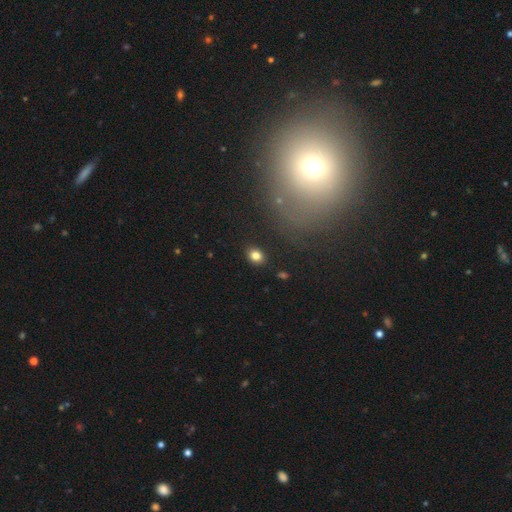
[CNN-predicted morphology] This appears to be a smooth galaxy with no disk features (81%) that is in between round and cigar-shaped (52%). Merging: none (88%).